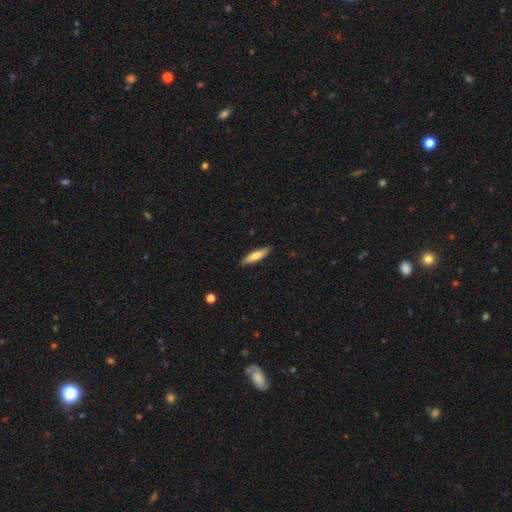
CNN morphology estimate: Q: Smooth or featured?
A: smooth (71%); runner-up: featured or disk (23%)
Q: How rounded?
A: cigar-shaped (70%); runner-up: in between (28%)
Q: Merging?
A: none (88%); runner-up: minor disturbance (9%)